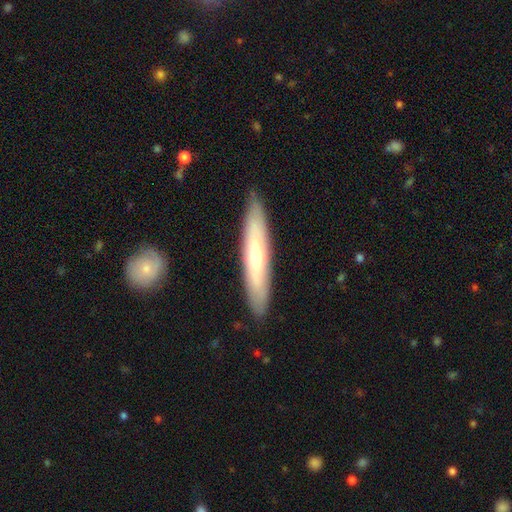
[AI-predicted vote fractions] Smooth or featured?
  - smooth: 52% *
  - featured or disk: 42%
  - star or artifact: 6%
How rounded?
  - cigar-shaped: 86% *
  - in between: 12%
  - round: 1%
Merging?
  - none: 87% *
  - minor disturbance: 10%
  - major disturbance: 2%
  - merger: 1%